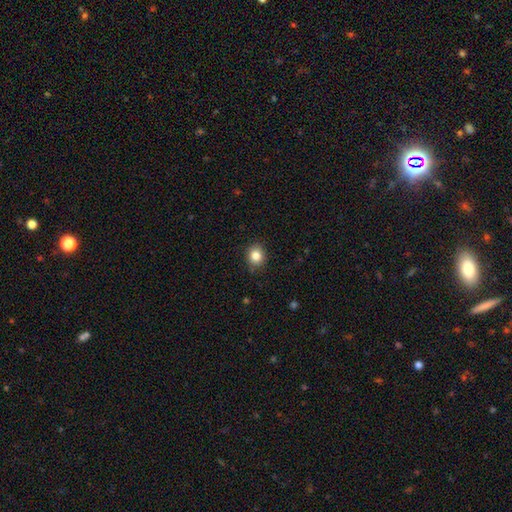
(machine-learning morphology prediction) smooth-or-featured: smooth: 84% | star or artifact: 11% | featured or disk: 6%
  how-rounded: round: 75% | in between: 24% | cigar-shaped: 1%
  merging: none: 87% | minor disturbance: 10% | major disturbance: 2% | merger: 1%